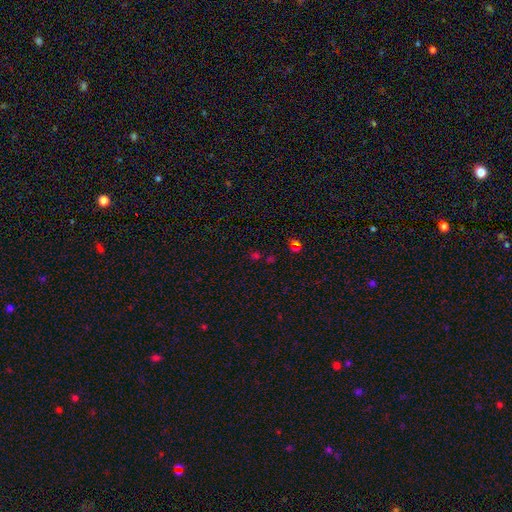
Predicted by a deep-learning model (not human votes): Smooth or featured? star or artifact (48%)